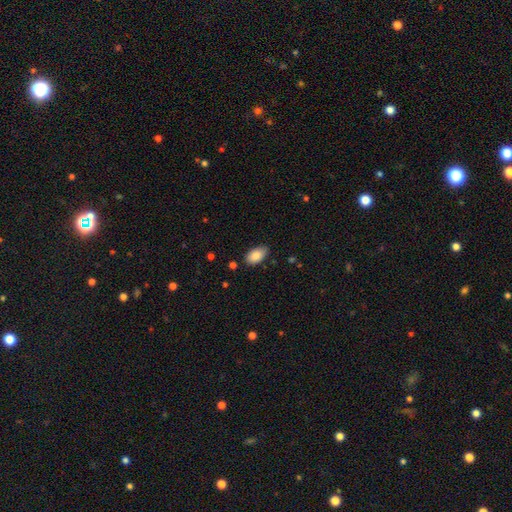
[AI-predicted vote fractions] A smooth galaxy with no disk features (87%) that is in between round and cigar-shaped (94%). Merging: none (81%).